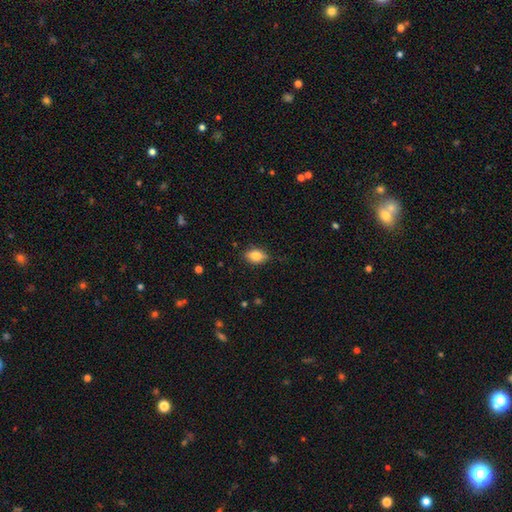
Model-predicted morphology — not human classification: Smooth or featured? Predicted: smooth (p=0.82). How rounded? Predicted: in between (p=0.82). Merging? Predicted: none (p=0.81).